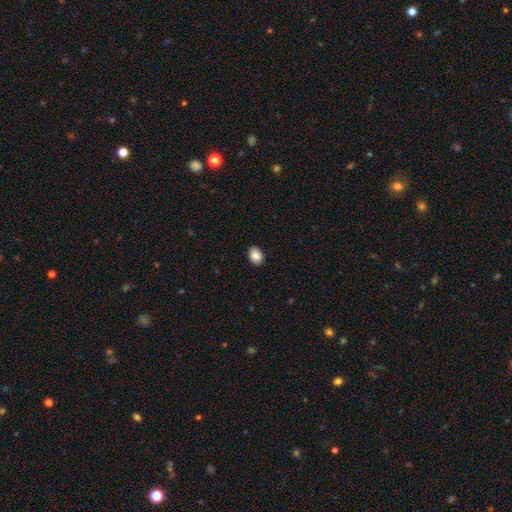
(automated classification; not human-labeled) smooth 86%, star or artifact 8%, featured or disk 6%. Down the decision tree: how rounded — in between (70%); merging — none (88%).